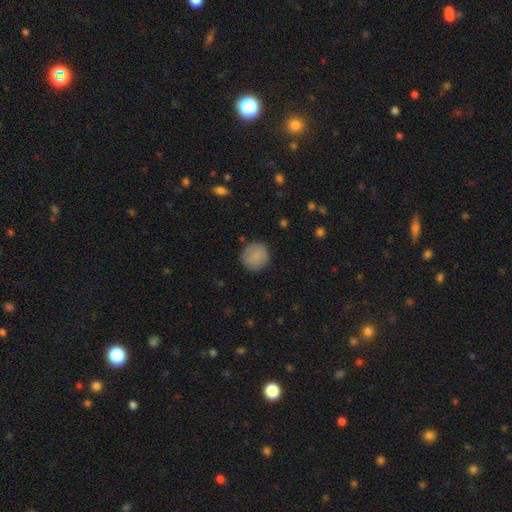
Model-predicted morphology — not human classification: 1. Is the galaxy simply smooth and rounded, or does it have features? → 87% smooth, 7% star or artifact, 6% featured or disk.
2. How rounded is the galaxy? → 93% round, 6% in between, 1% cigar-shaped.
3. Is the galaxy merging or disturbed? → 87% none, 9% minor disturbance, 3% major disturbance, 1% merger.